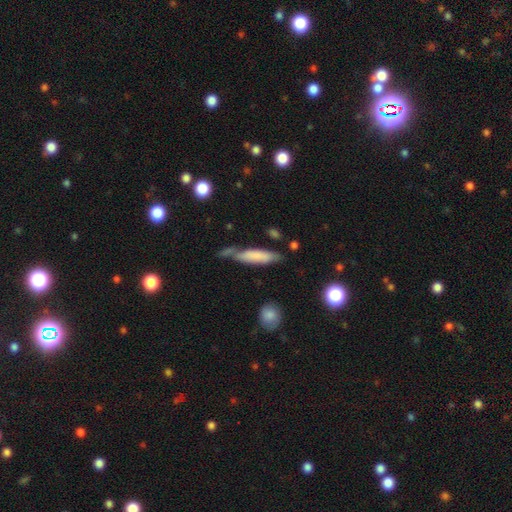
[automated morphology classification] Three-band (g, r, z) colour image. It shows a smooth galaxy with no disk features (72%) that is cigar-shaped (75%). Merging: none (50%).